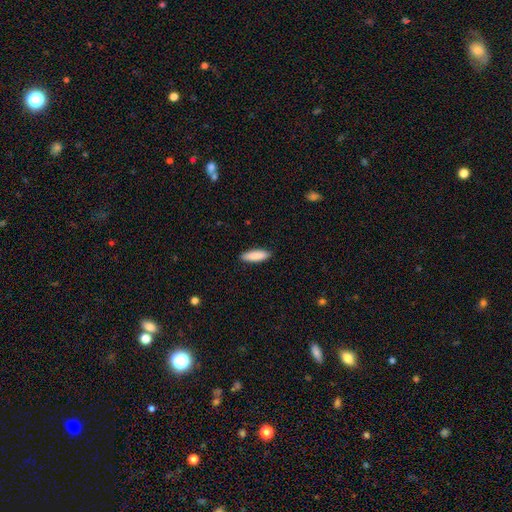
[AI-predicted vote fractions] Smooth or featured: smooth — 89% (star or artifact — 6%)
How rounded: in between — 50% (cigar-shaped — 48%)
Merging: none — 90% (minor disturbance — 8%)